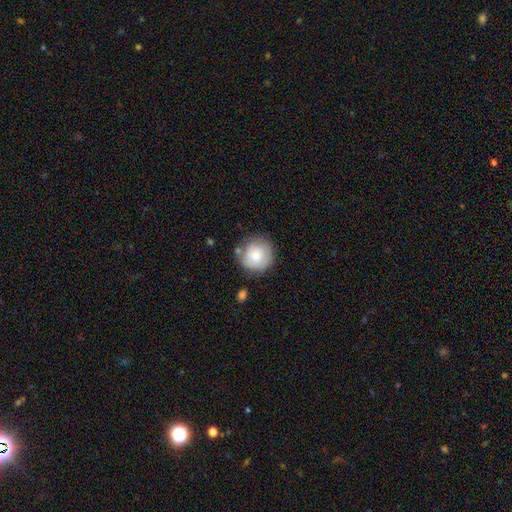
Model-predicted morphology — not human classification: The model was most divided on "smooth or featured": smooth: 68%, featured or disk: 25%, star or artifact: 7%. More confident: how rounded — round (92%); merging — none (71%).